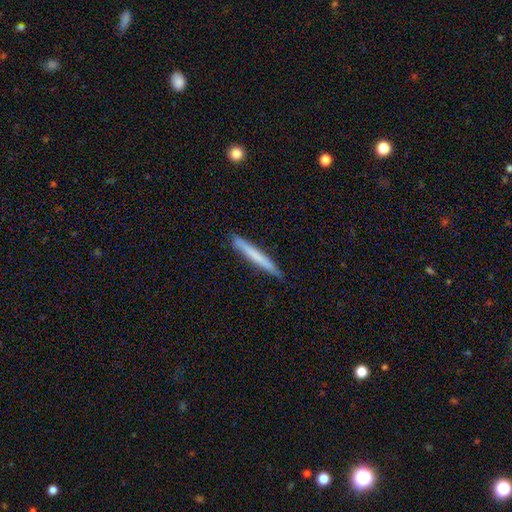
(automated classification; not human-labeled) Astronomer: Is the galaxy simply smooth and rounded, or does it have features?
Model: smooth — 67%.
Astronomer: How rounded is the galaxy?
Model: cigar-shaped — 97%.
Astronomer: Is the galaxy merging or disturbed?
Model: none — 89%.